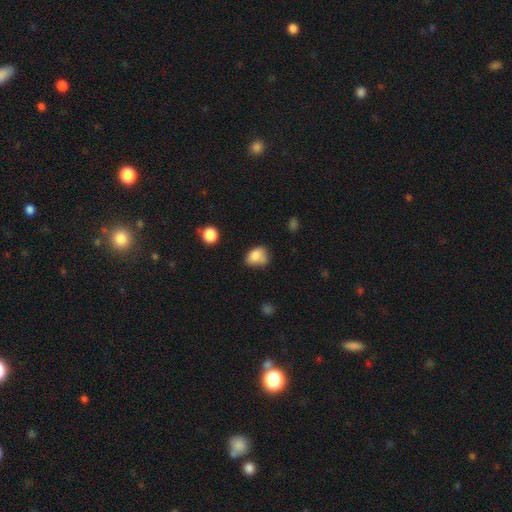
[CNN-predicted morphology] This is likely a smooth galaxy (79%). How rounded: likely in between (63%). Merging: marginally none (45%).